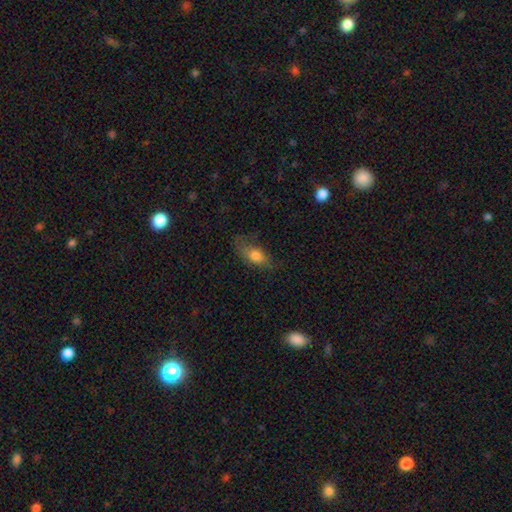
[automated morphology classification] Overall: smooth (74%). How rounded: in between (83%). Merging: none (55%; minor disturbance 28%).